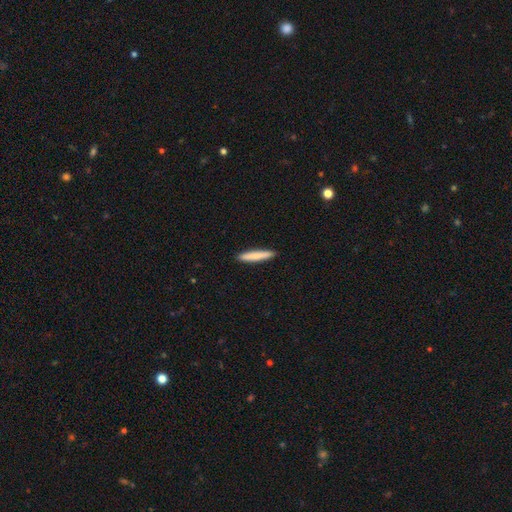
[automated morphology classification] smooth-or-featured: smooth: 81% | featured or disk: 14% | star or artifact: 5%
  how-rounded: cigar-shaped: 93% | in between: 6% | round: 1%
  merging: none: 92% | minor disturbance: 6% | major disturbance: 1% | merger: 1%